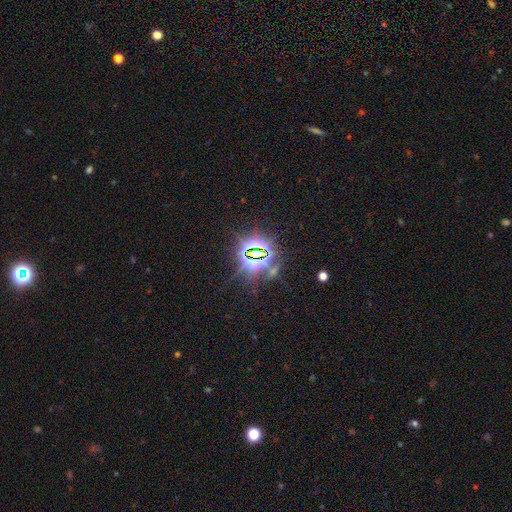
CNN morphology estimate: Q: Smooth or featured?
A: star or artifact (83%); runner-up: smooth (9%)